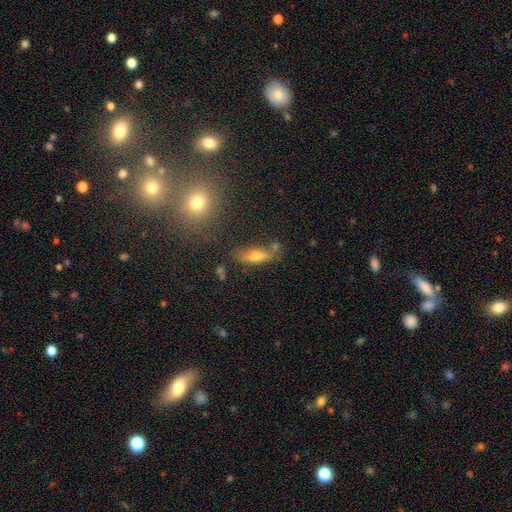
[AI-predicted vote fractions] This is possibly a smooth galaxy (49%). Merging: likely none (71%).